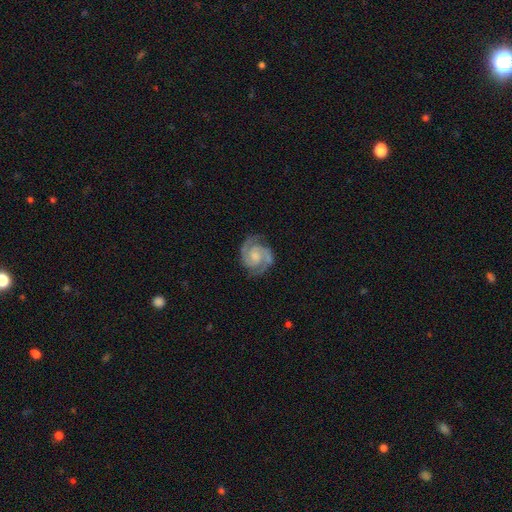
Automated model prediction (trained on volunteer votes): A featured or disk galaxy (90%) with no bar (51%), 2 (88%) tight (48%) spiral arms (98%) and a moderate central bulge (33%).

Vote fractions:
- Smooth or featured? featured or disk: 90% / smooth: 6% / star or artifact: 4%
- Edge-on disk? no: 98% / yes: 2%
- Bar? no: 51% / weak: 41% / strong: 8%
- Spiral arms? yes: 98% / no: 2%
- Spiral winding? tight: 48% / medium: 46% / loose: 7%
- Spiral arm count? 2: 88% / 3: 5% / can't tell: 3% / 1: 1% / 4: 1% / more than 4: 1%
- Bulge size? moderate: 33% / small: 30% / none: 29% / large: 6% / dominant: 1%
- Merging? none: 79% / minor disturbance: 15% / major disturbance: 5% / merger: 1%